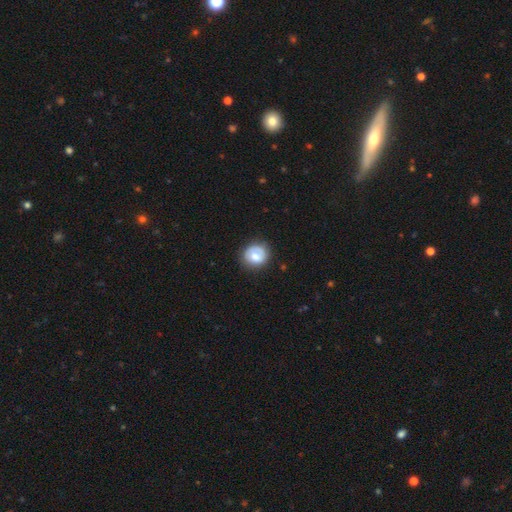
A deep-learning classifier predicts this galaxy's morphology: A smooth galaxy with no disk features (64%) that is round (82%). Merging: none (76%).